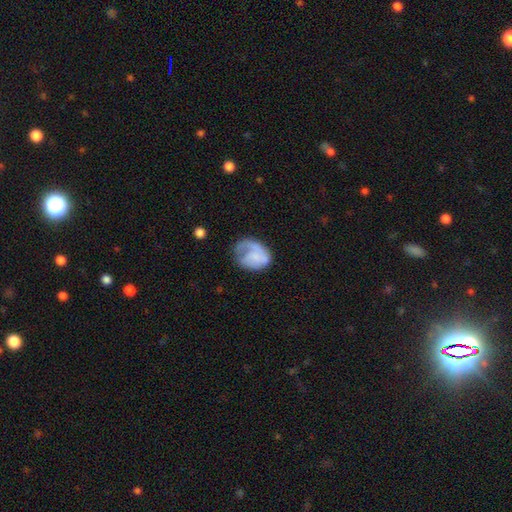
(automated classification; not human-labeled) A smooth galaxy with no disk features (53%) that is in between round and cigar-shaped (56%).

Vote fractions:
- Smooth or featured? smooth: 53% / featured or disk: 40% / star or artifact: 7%
- How rounded? in between: 56% / round: 43% / cigar-shaped: 1%
- Merging? none: 36% / major disturbance: 35% / minor disturbance: 27% / merger: 3%